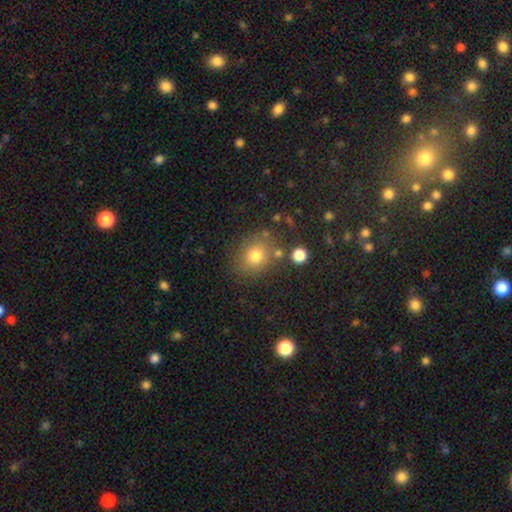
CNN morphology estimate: Overall: smooth (76%). How rounded: round (70%; in between 30%). Merging: none (76%).